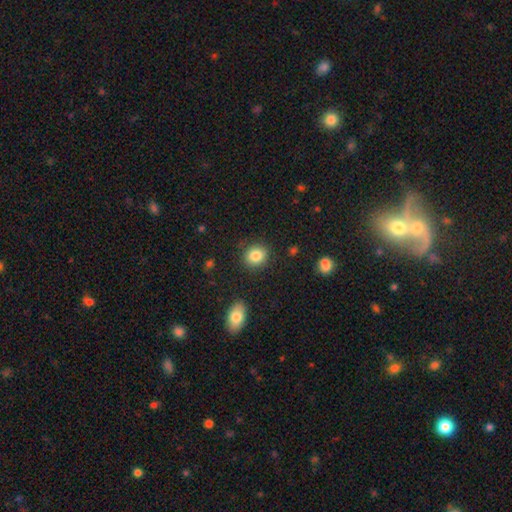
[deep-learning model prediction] The model was most divided on "how rounded": round: 74%, in between: 25%, cigar-shaped: 1%. More confident: merging — none (88%); smooth or featured — smooth (85%).